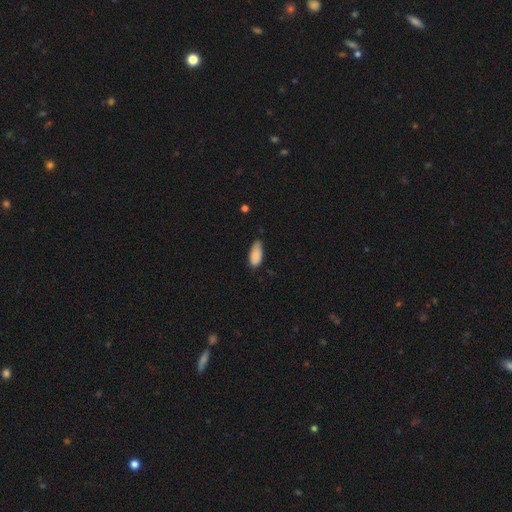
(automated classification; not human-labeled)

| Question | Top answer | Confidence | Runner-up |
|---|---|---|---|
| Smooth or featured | smooth | 86% | featured or disk (7%) |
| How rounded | in between | 87% | cigar-shaped (11%) |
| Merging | none | 58% | minor disturbance (35%) |